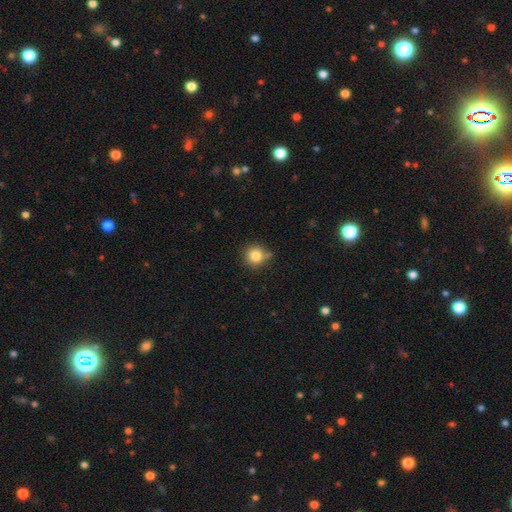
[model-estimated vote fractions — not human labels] Smooth or featured? Predicted: smooth (p=0.83). How rounded? Predicted: round (p=0.91). Merging? Predicted: none (p=0.70).